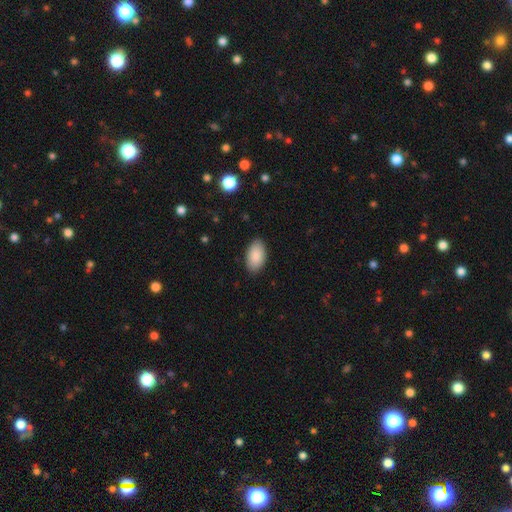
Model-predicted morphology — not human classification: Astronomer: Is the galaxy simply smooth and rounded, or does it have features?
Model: smooth — 89%.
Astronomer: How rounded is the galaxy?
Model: in between — 95%.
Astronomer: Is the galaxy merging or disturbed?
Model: none — 87%.